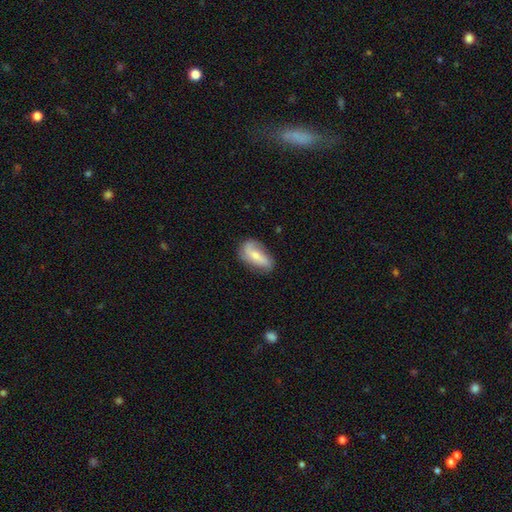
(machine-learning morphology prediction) featured or disk 48%, smooth 45%, star or artifact 7%. Down the decision tree: merging — none (67%).